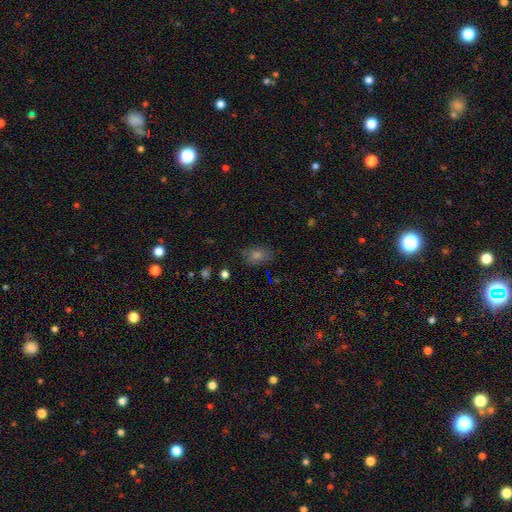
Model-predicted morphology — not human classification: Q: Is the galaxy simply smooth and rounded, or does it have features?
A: smooth — 61%.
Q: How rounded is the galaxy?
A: in between — 77%.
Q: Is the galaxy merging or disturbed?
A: none — 80%.